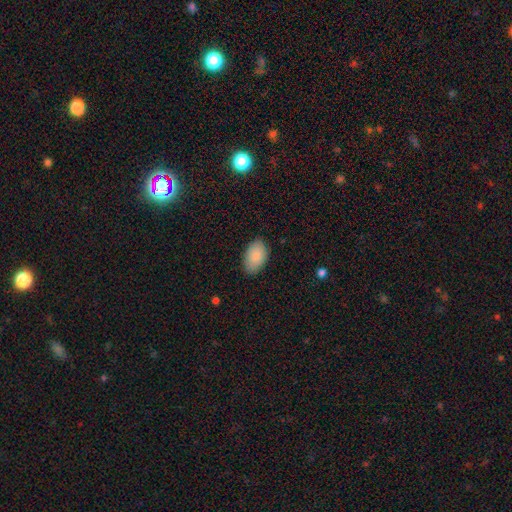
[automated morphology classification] Smooth or featured?
  - smooth: 87% *
  - featured or disk: 7%
  - star or artifact: 6%
How rounded?
  - in between: 93% *
  - round: 6%
  - cigar-shaped: 1%
Merging?
  - none: 85% *
  - minor disturbance: 12%
  - major disturbance: 2%
  - merger: 1%